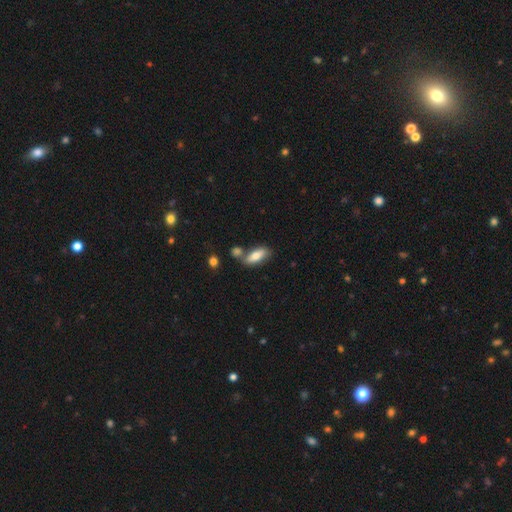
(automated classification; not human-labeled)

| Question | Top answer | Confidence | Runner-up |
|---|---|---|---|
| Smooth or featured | smooth | 72% | featured or disk (21%) |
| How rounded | in between | 75% | cigar-shaped (22%) |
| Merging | none | 58% | merger (24%) |